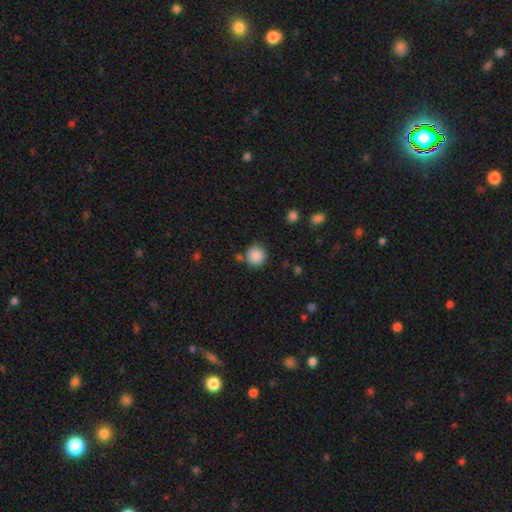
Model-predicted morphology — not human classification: This appears to be a smooth galaxy with no disk features (87%) that is round (93%). Merging: none (80%).